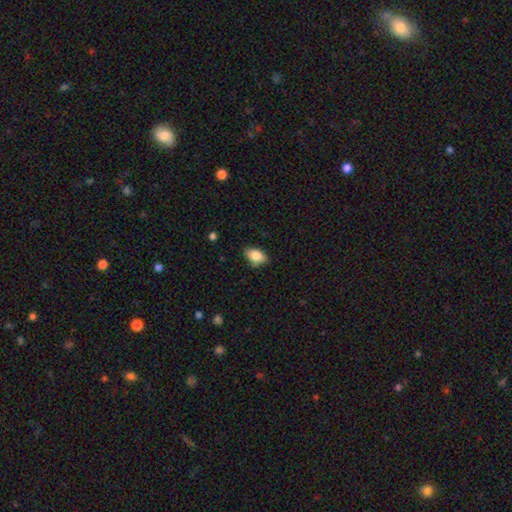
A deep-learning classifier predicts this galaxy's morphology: A smooth galaxy with no disk features (83%) that is in between round and cigar-shaped (89%).

Vote fractions:
- Smooth or featured? smooth: 83% / featured or disk: 9% / star or artifact: 8%
- How rounded? in between: 89% / round: 8% / cigar-shaped: 3%
- Merging? none: 77% / minor disturbance: 18% / major disturbance: 3% / merger: 2%